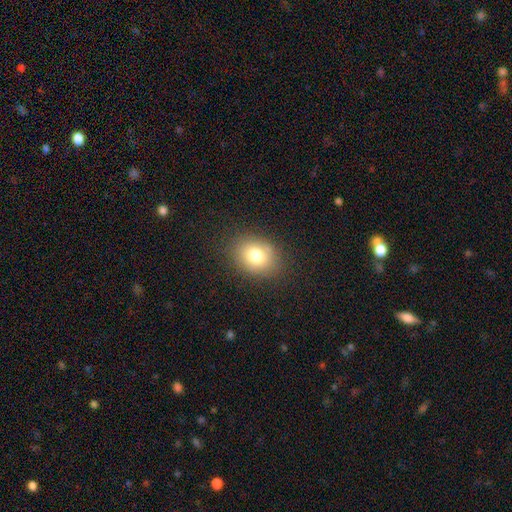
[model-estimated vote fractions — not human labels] A smooth galaxy with no disk features (78%) that is in between round and cigar-shaped (57%).

Vote fractions:
- Smooth or featured? smooth: 78% / featured or disk: 11% / star or artifact: 11%
- How rounded? in between: 57% / round: 42% / cigar-shaped: 1%
- Merging? none: 84% / minor disturbance: 11% / major disturbance: 4% / merger: 1%